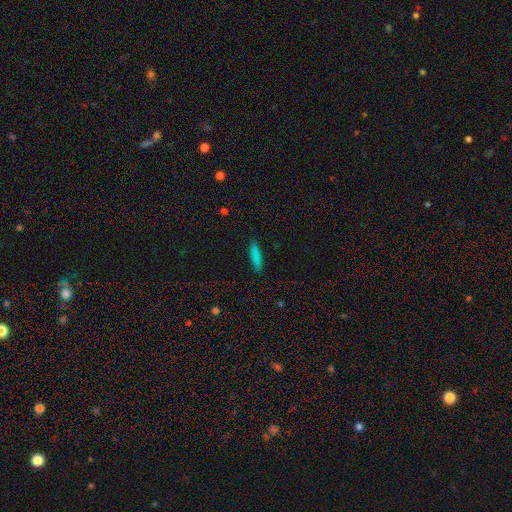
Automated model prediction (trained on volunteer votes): Morphology: type=smooth (84%); roundness=cigar-shaped (79%); merging=none (89%).